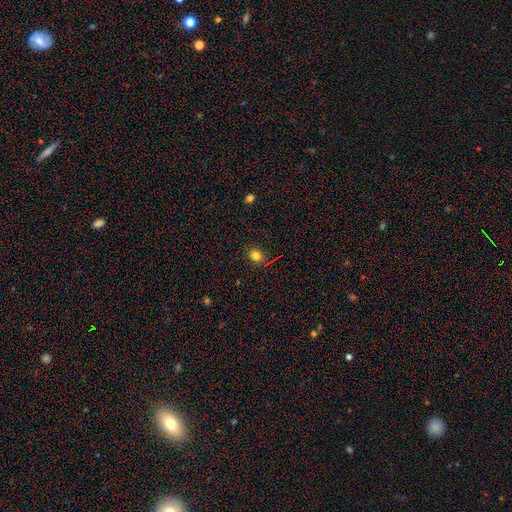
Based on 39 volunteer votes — Smooth or featured? smooth (87%)
How rounded? round (85%)
Merging? none (100%)